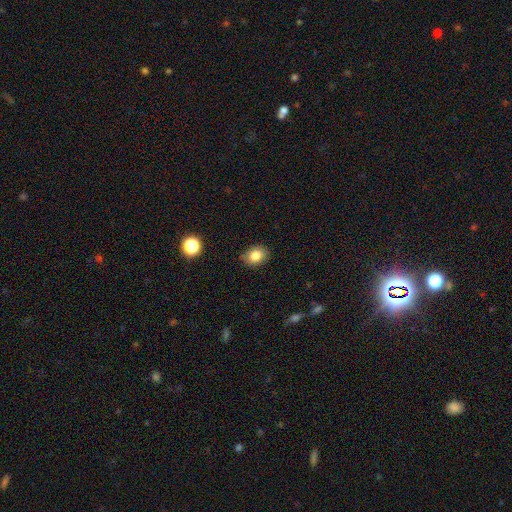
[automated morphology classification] smooth-or-featured: smooth: 83% | star or artifact: 10% | featured or disk: 7%
  how-rounded: in between: 59% | round: 40% | cigar-shaped: 1%
  merging: none: 86% | minor disturbance: 11% | major disturbance: 2% | merger: 1%